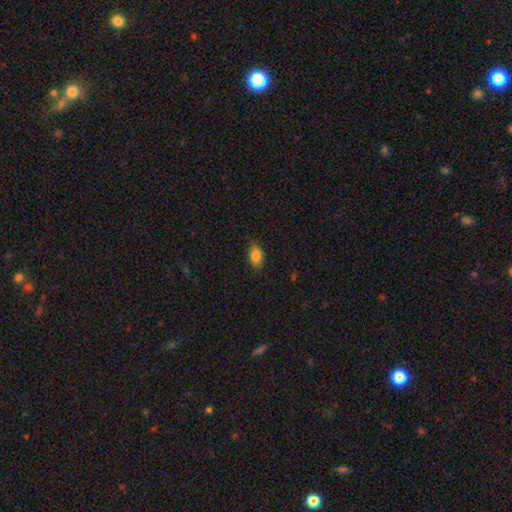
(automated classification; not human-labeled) This appears to be a smooth galaxy with no disk features (85%) that is in between round and cigar-shaped (89%). Merging: none (85%).